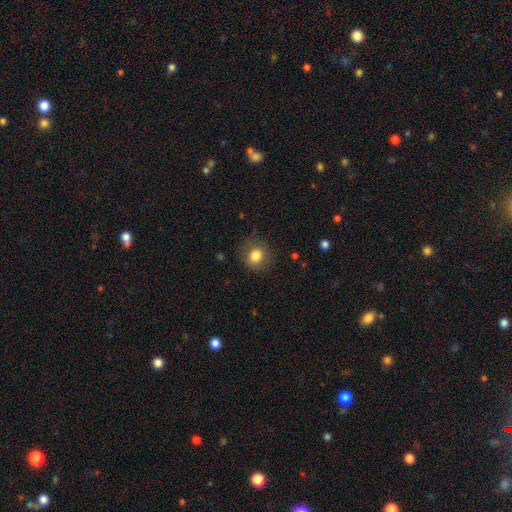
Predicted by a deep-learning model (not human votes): The model was most divided on "how rounded": round: 83%, in between: 16%, cigar-shaped: 1%. More confident: smooth or featured — smooth (82%); merging — none (81%).